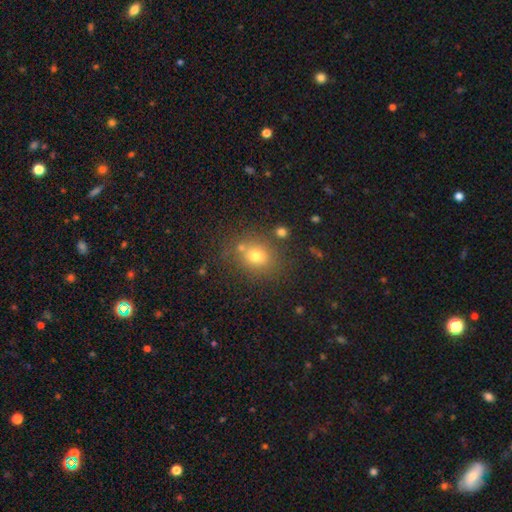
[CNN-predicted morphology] Smooth or featured?
  - smooth: 71% *
  - star or artifact: 17%
  - featured or disk: 11%
How rounded?
  - round: 63% *
  - in between: 36%
  - cigar-shaped: 1%
Merging?
  - none: 73% *
  - minor disturbance: 12%
  - merger: 11%
  - major disturbance: 4%